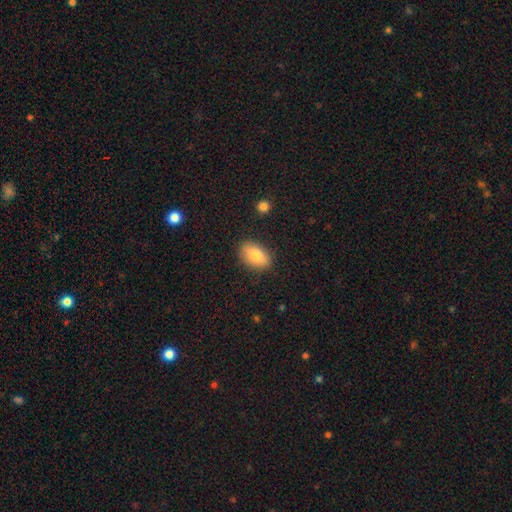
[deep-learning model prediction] smooth_or_featured: smooth (p=0.81) [alt: featured or disk p=0.12]
how_rounded: in between (p=0.91) [alt: round p=0.06]
merging: none (p=0.86) [alt: minor disturbance p=0.10]